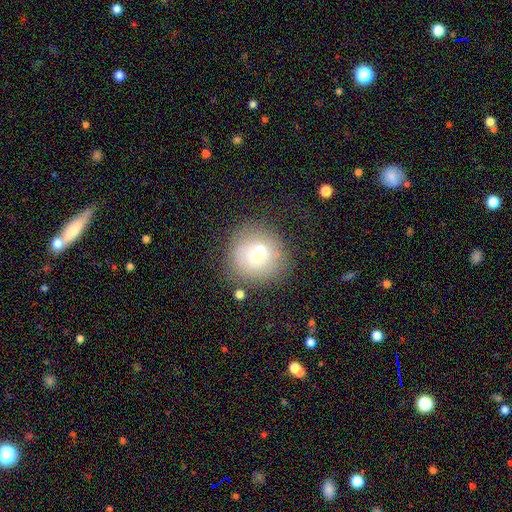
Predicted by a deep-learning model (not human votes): This is possibly a smooth galaxy (60%). How rounded: clearly round (92%). Merging: likely none (61%).